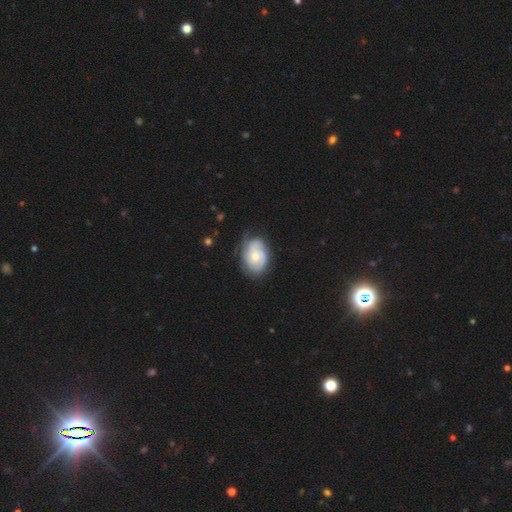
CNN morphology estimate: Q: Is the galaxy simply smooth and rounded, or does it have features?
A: featured or disk — 72%.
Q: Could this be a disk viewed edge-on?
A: no — 97%.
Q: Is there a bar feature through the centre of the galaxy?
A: no — 74%.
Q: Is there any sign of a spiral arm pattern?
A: yes — 92%.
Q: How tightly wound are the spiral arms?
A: tight — 57%.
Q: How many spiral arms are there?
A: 2 — 30%.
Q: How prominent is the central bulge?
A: moderate — 56%.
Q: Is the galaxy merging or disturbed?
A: none — 68%.